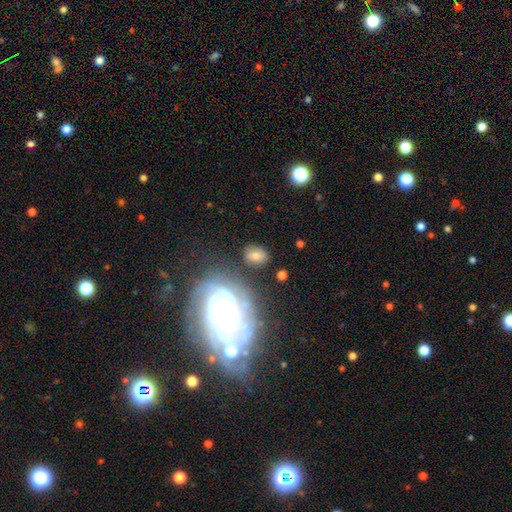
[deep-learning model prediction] Smooth or featured? Predicted: smooth (p=0.60). How rounded? Predicted: in between (p=0.64). Merging? Predicted: none (p=0.71).